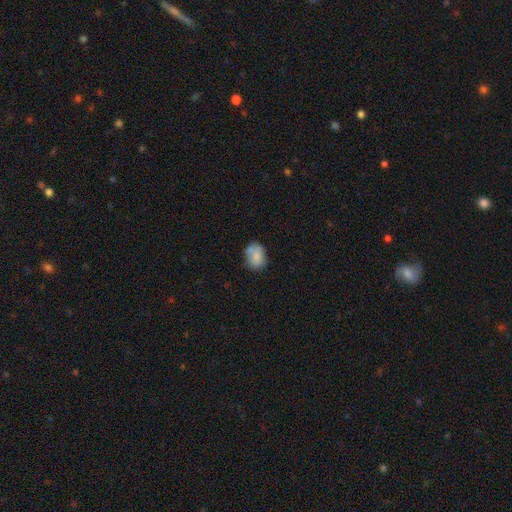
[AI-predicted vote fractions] Smooth or featured? smooth (77%)
How rounded? in between (68%)
Merging? none (57%)